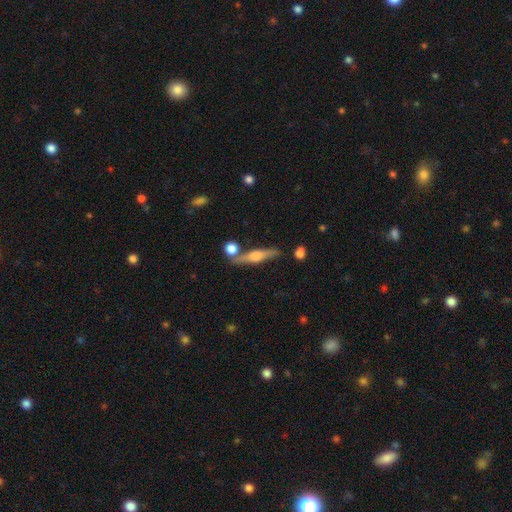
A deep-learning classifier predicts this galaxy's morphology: smooth_or_featured: featured or disk (p=0.67) [alt: smooth p=0.26]
disk_edge_on: yes (p=0.95) [alt: no p=0.05]
edge_on_bulge: rounded (p=0.85) [alt: boxy p=0.10]
merging: none (p=0.76) [alt: minor disturbance p=0.11]